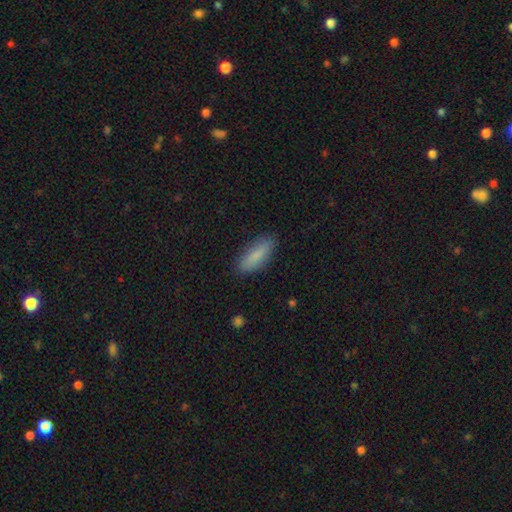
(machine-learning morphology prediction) This is clearly a smooth galaxy (83%). How rounded: possibly in between (58%). Merging: clearly none (84%).